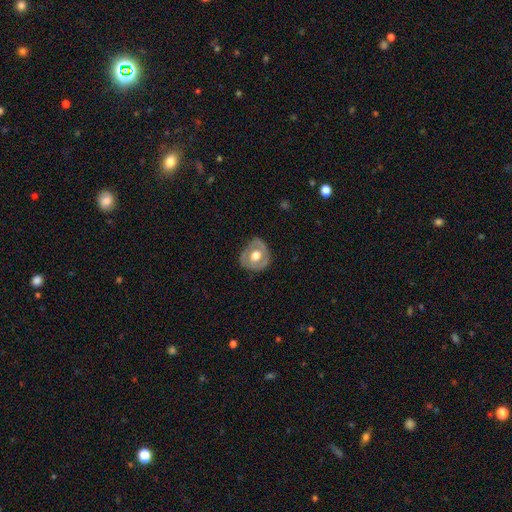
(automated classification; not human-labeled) Smooth or featured? Predicted: featured or disk (p=0.53). Edge-on disk? Predicted: no (p=0.94). Bar? Predicted: no (p=0.82). Spiral arms? Predicted: no (p=0.75). Bulge size? Predicted: moderate (p=0.50). Merging? Predicted: none (p=0.76).